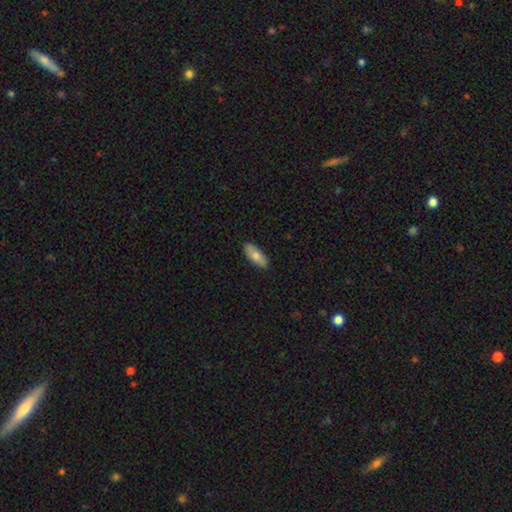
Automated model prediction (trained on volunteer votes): Q: Smooth or featured?
A: smooth (70%); runner-up: featured or disk (24%)
Q: How rounded?
A: in between (78%); runner-up: cigar-shaped (20%)
Q: Merging?
A: none (89%); runner-up: minor disturbance (9%)